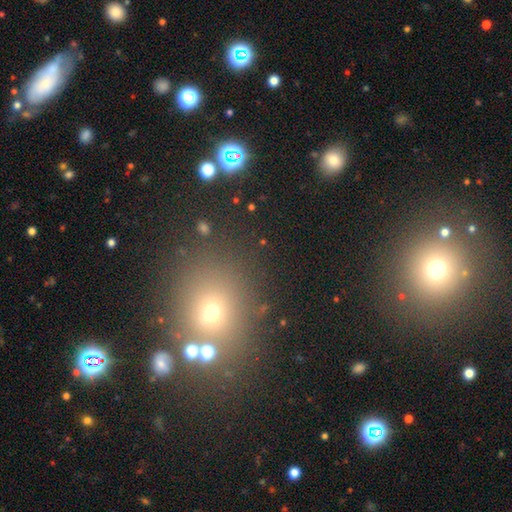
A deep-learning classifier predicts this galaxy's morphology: This appears to be a smooth galaxy with no disk features (54%) that is round (68%). Merging: none (79%).